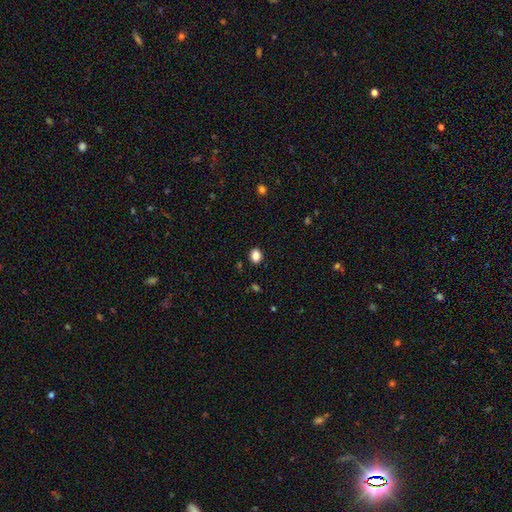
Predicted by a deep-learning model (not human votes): A smooth galaxy with no disk features (85%) that is in between round and cigar-shaped (50%). Merging: none (90%).